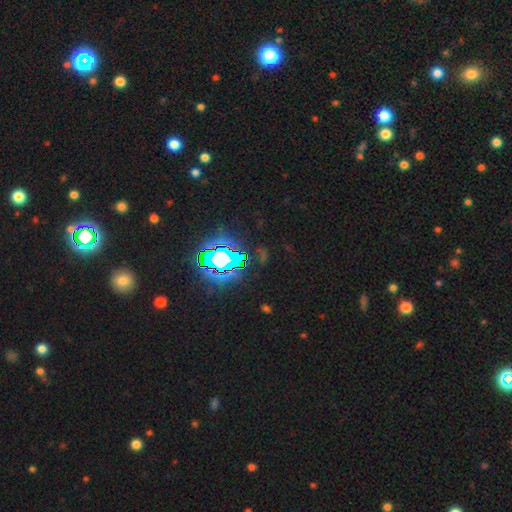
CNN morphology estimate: Q: Smooth or featured?
A: star or artifact (81%); runner-up: smooth (11%)